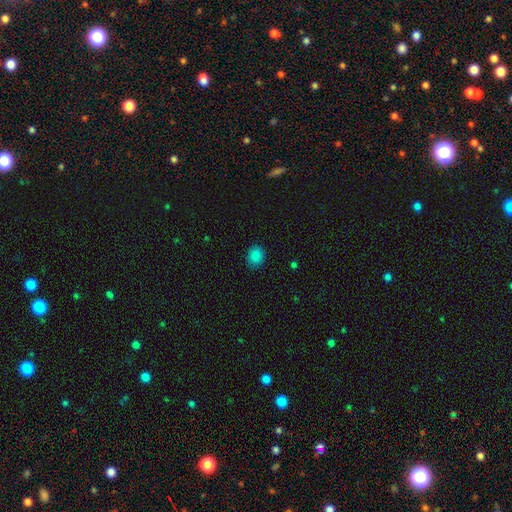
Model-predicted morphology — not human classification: type=smooth (85%); roundness=round (56%); merging=none (86%).